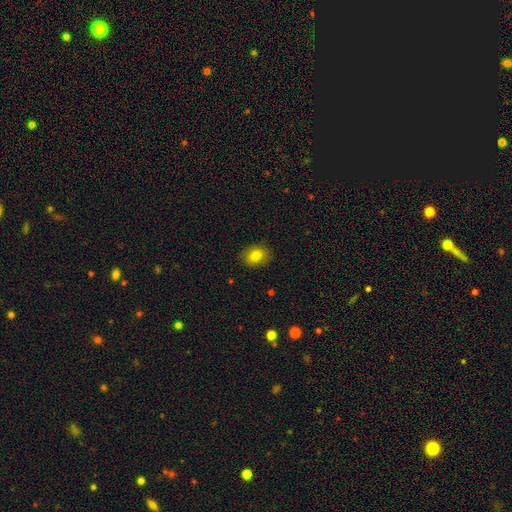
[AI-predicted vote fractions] This is clearly a smooth galaxy (81%). How rounded: possibly in between (58%). Merging: clearly none (87%).